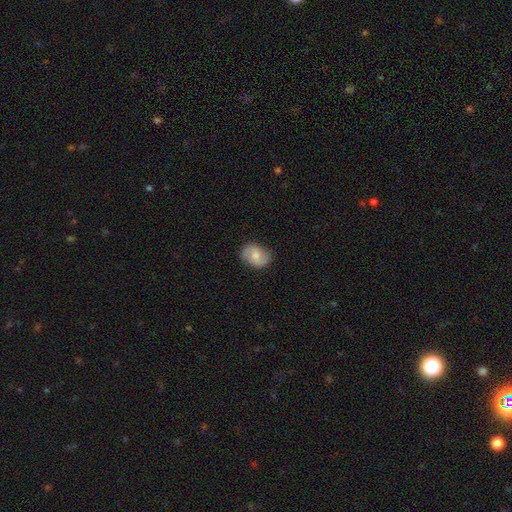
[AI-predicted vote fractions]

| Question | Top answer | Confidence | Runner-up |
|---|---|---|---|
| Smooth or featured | featured or disk | 49% | smooth (43%) |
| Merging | none | 82% | minor disturbance (13%) |